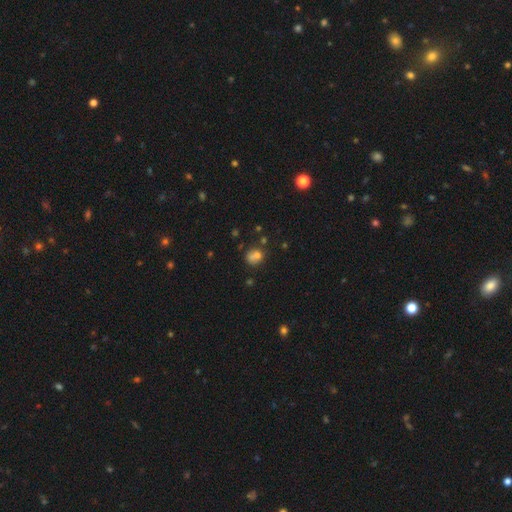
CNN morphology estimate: Smooth or featured: smooth — 67% (star or artifact — 17%)
How rounded: round — 68% (in between — 31%)
Merging: none — 49% (merger — 24%)